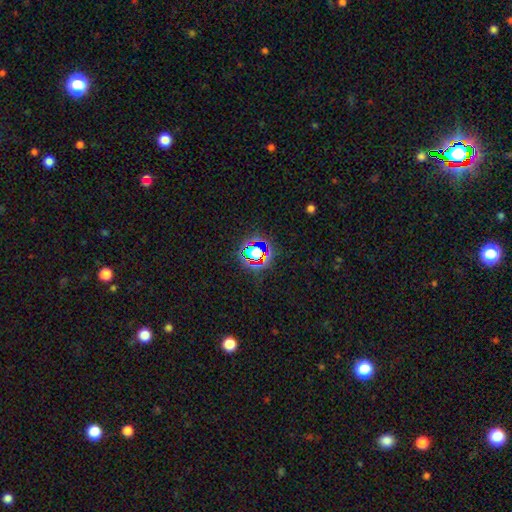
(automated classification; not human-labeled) smooth_or_featured: star or artifact (p=0.65) [alt: smooth p=0.23]